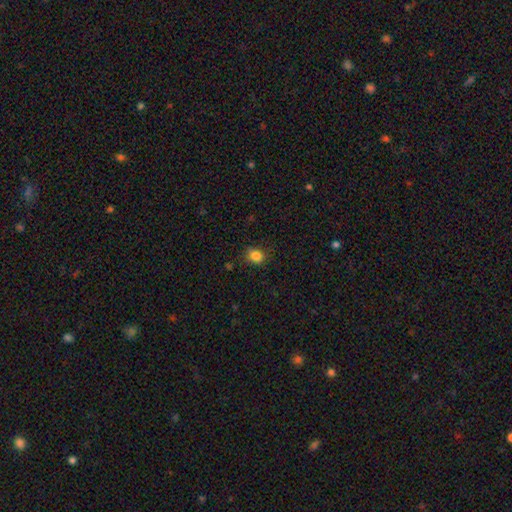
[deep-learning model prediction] This appears to be a smooth galaxy with no disk features (84%) that is round (61%). Merging: none (78%).